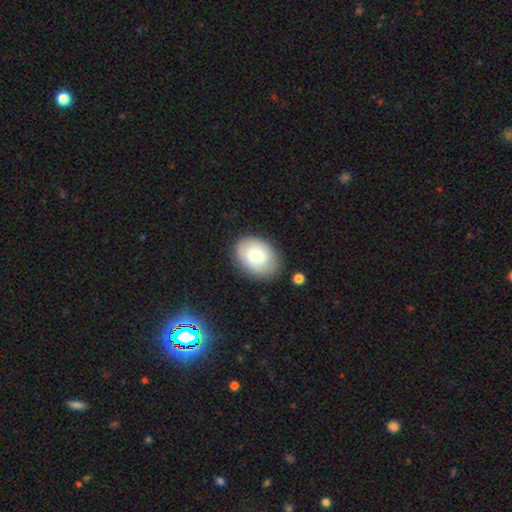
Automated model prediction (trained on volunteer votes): smooth-or-featured: smooth: 73% | featured or disk: 20% | star or artifact: 8%
  how-rounded: in between: 68% | round: 31% | cigar-shaped: 1%
  merging: none: 82% | minor disturbance: 13% | major disturbance: 3% | merger: 2%